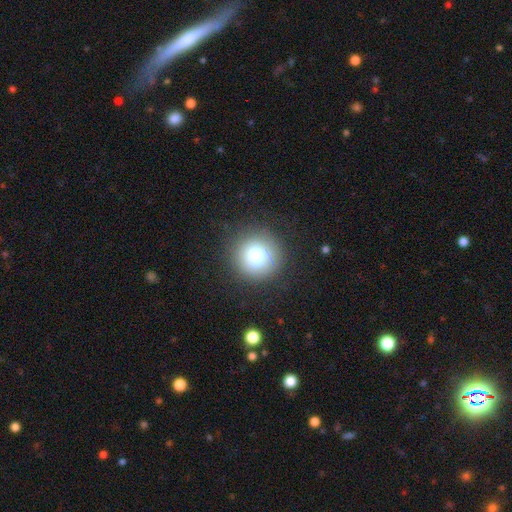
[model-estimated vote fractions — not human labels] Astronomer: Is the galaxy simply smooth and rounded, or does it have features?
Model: smooth — 77%.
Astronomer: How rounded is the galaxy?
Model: round — 94%.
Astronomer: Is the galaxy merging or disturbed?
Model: none — 84%.